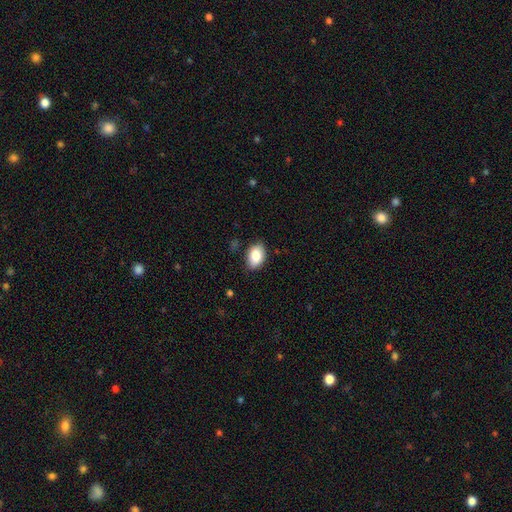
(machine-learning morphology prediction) Q: Smooth or featured?
A: smooth (85%); runner-up: featured or disk (8%)
Q: How rounded?
A: in between (87%); runner-up: round (11%)
Q: Merging?
A: none (83%); runner-up: minor disturbance (13%)